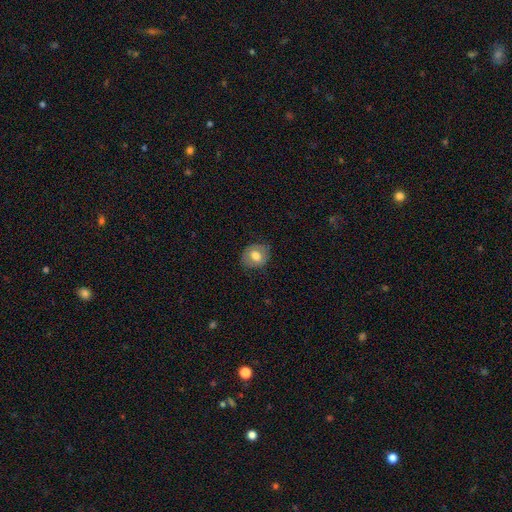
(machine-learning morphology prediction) Smooth or featured: smooth — 67% (featured or disk — 26%)
How rounded: round — 63% (in between — 36%)
Merging: none — 79% (minor disturbance — 16%)